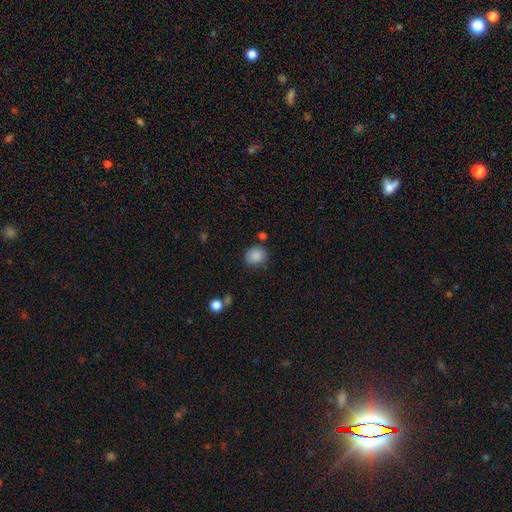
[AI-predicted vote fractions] This appears to be a smooth galaxy with no disk features (86%) that is round (73%). Merging: none (75%).